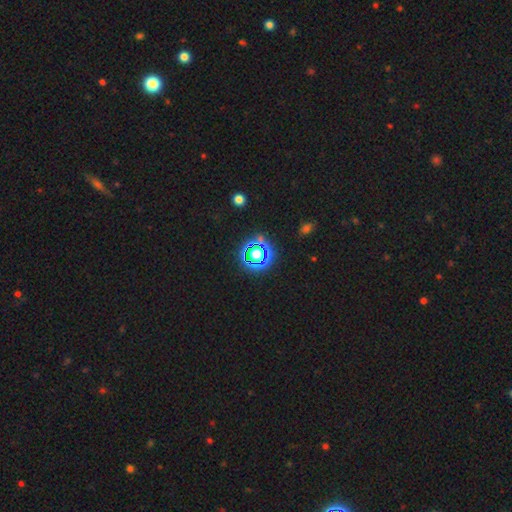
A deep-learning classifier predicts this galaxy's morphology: The model was most divided on "smooth or featured": star or artifact: 65%, smooth: 25%, featured or disk: 11%.